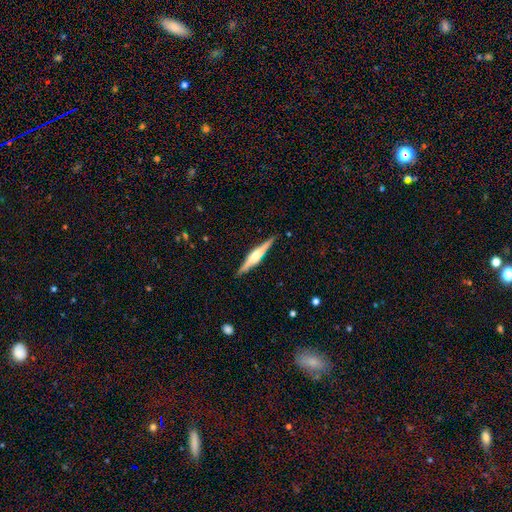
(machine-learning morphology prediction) Smooth or featured? Predicted: featured or disk (p=0.74). Edge-on disk? Predicted: yes (p=0.98). Edge-on bulge? Predicted: rounded (p=0.82). Merging? Predicted: none (p=0.89).